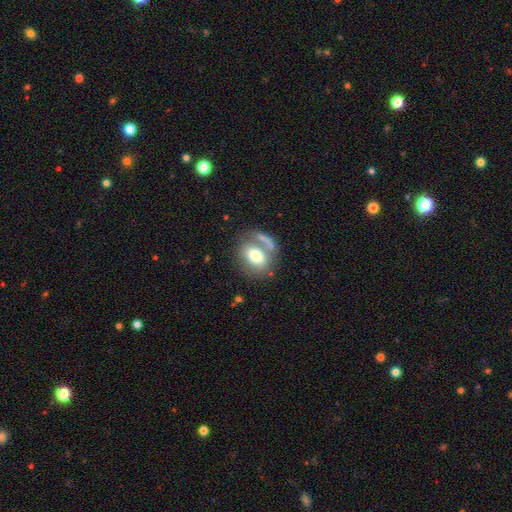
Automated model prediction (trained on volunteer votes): This appears to be a smooth galaxy with no disk features (65%) that is in between round and cigar-shaped (54%). Merging: none (46%).